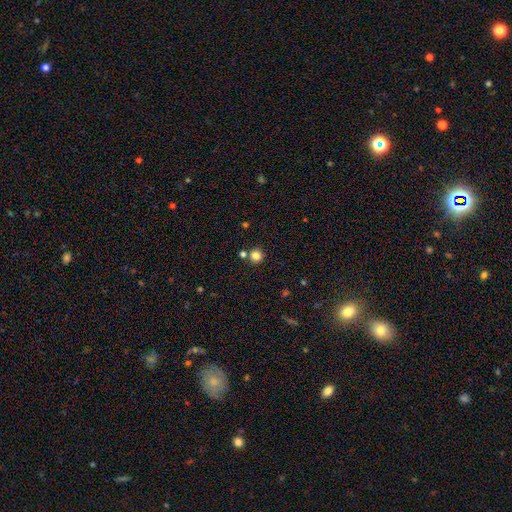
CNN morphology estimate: smooth 82%, star or artifact 14%, featured or disk 5%. Down the decision tree: how rounded — round (93%); merging — none (79%).